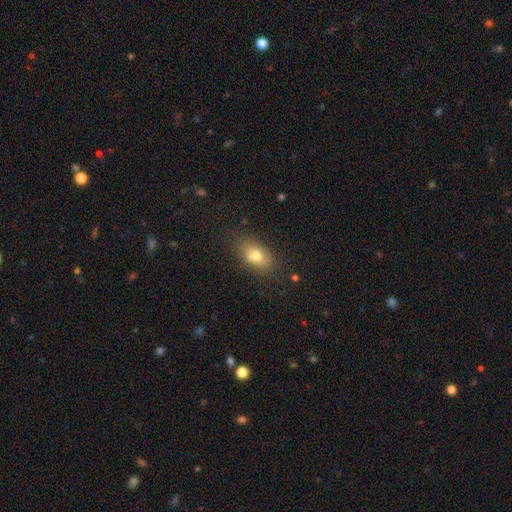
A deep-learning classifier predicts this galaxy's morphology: A smooth galaxy with no disk features (76%) that is in between round and cigar-shaped (83%).

Vote fractions:
- Smooth or featured? smooth: 76% / featured or disk: 14% / star or artifact: 10%
- How rounded? in between: 83% / round: 13% / cigar-shaped: 3%
- Merging? none: 78% / minor disturbance: 15% / major disturbance: 4% / merger: 2%